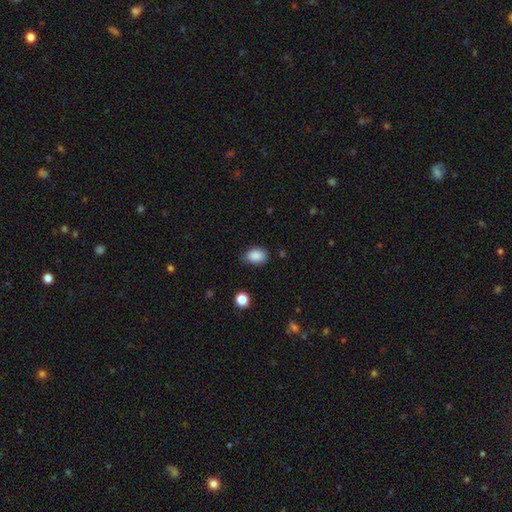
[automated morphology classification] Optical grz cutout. It shows a smooth galaxy with no disk features (87%) that is in between round and cigar-shaped (74%). Merging: none (65%).